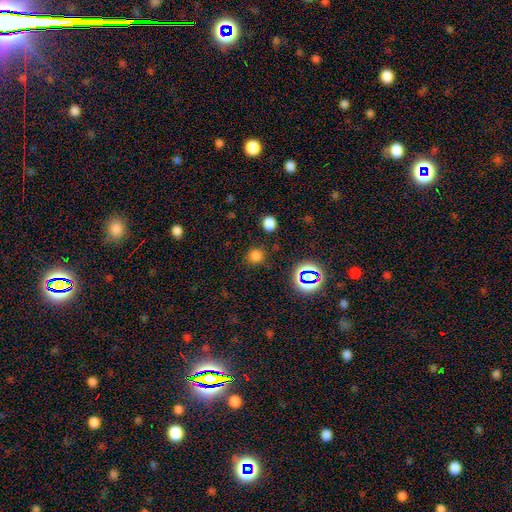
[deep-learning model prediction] The model was most divided on "smooth or featured": smooth: 72%, star or artifact: 23%, featured or disk: 5%. More confident: how rounded — round (87%); merging — none (83%).